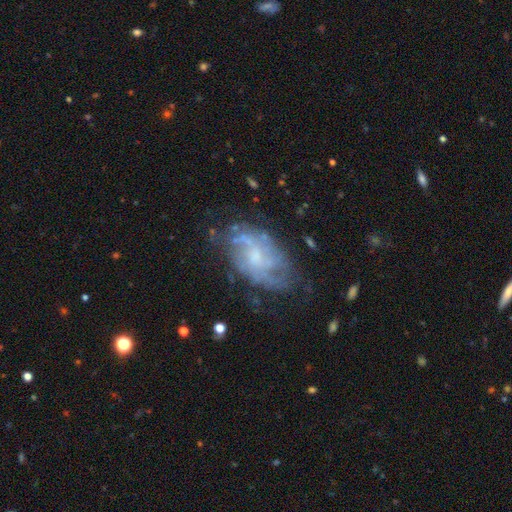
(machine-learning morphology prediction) featured or disk 74%, smooth 18%, star or artifact 9%. Down the decision tree: edge-on disk — no (96%); bar — no (65%); spiral arms — yes (76%); spiral arm count — can't tell (48%); spiral winding — medium (40%, tied with tight); bulge size — small (41%); merging — none (62%).